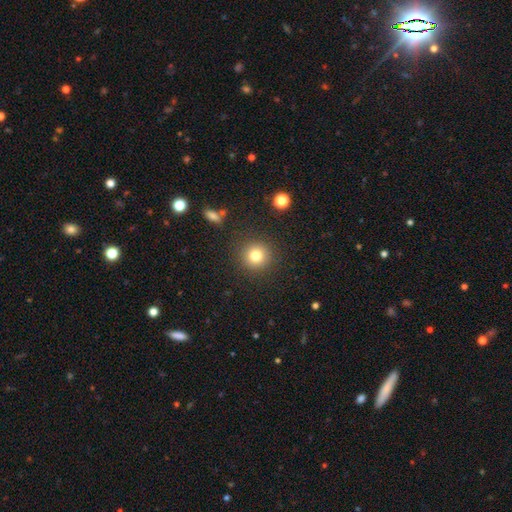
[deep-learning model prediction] smooth 80%, star or artifact 12%, featured or disk 8%. Down the decision tree: how rounded — round (94%); merging — none (89%).